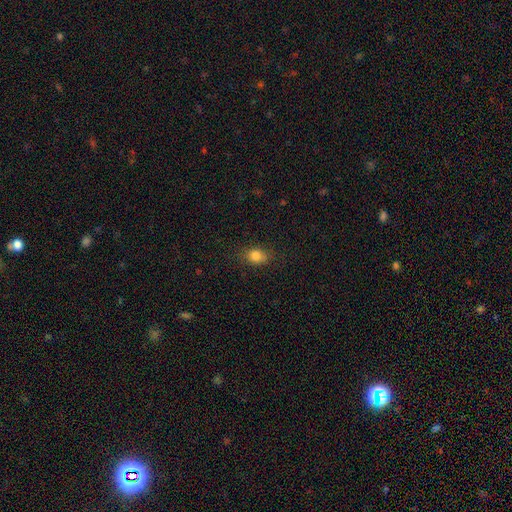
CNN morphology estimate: smooth-or-featured: smooth: 83% | star or artifact: 11% | featured or disk: 6%
  how-rounded: in between: 57% | round: 41% | cigar-shaped: 2%
  merging: none: 80% | minor disturbance: 15% | major disturbance: 4% | merger: 1%